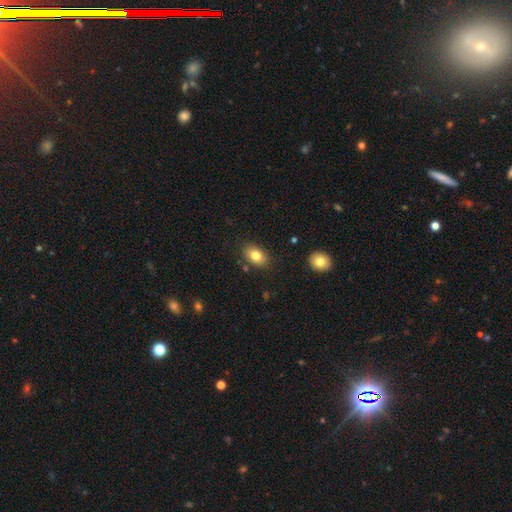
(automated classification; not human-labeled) smooth_or_featured: smooth (p=0.80) [alt: featured or disk p=0.11]
how_rounded: in between (p=0.86) [alt: round p=0.13]
merging: none (p=0.83) [alt: minor disturbance p=0.11]